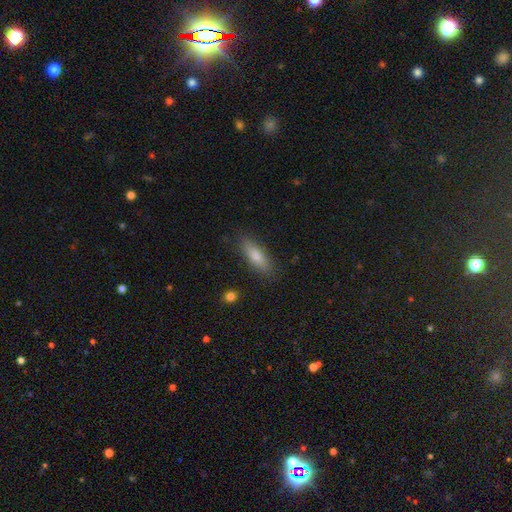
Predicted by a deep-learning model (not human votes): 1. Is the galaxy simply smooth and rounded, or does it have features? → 74% smooth, 18% featured or disk, 8% star or artifact.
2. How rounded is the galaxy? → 54% cigar-shaped, 44% in between, 2% round.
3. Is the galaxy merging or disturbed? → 87% none, 10% minor disturbance, 2% major disturbance, 1% merger.